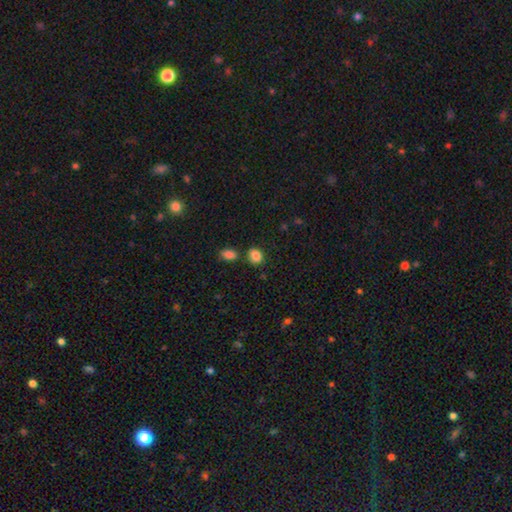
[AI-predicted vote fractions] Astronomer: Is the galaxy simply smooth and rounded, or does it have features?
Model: smooth — 86%.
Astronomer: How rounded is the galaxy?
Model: round — 58% (runner-up: in between, 41%).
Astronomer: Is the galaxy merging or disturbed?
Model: none — 76%.